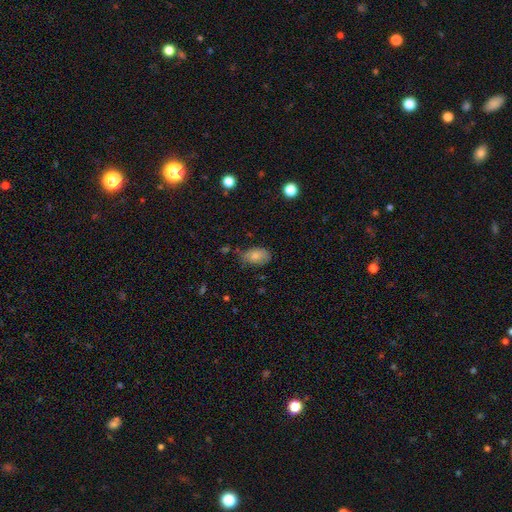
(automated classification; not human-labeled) The model was most divided on "merging": none: 61%, minor disturbance: 30%, major disturbance: 7%, merger: 3%. More confident: how rounded — in between (90%); smooth or featured — smooth (81%).